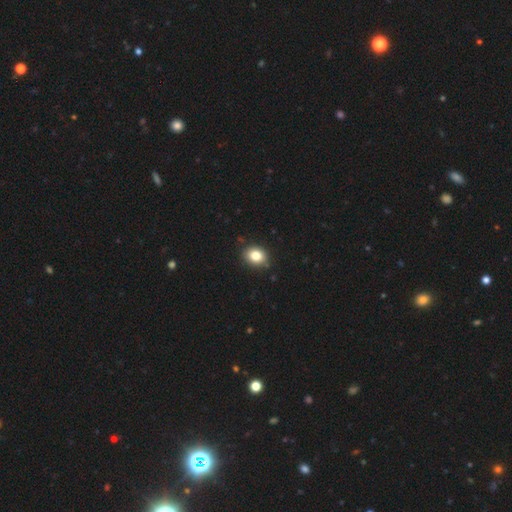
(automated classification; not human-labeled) The model was most divided on "how rounded": in between: 51%, round: 48%, cigar-shaped: 1%. More confident: merging — none (85%); smooth or featured — smooth (82%).